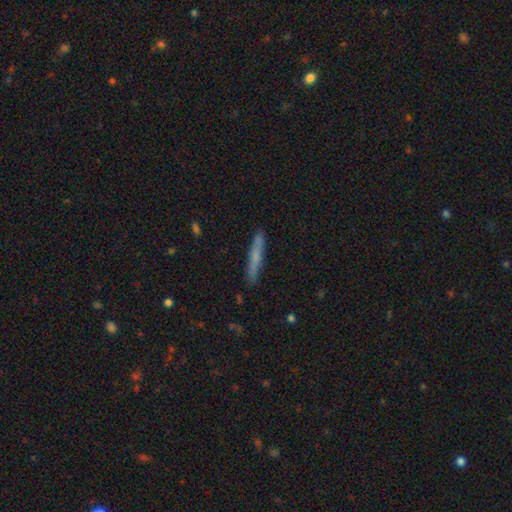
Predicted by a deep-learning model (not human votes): This is possibly a smooth galaxy (60%). How rounded: clearly cigar-shaped (95%). Merging: clearly none (89%).